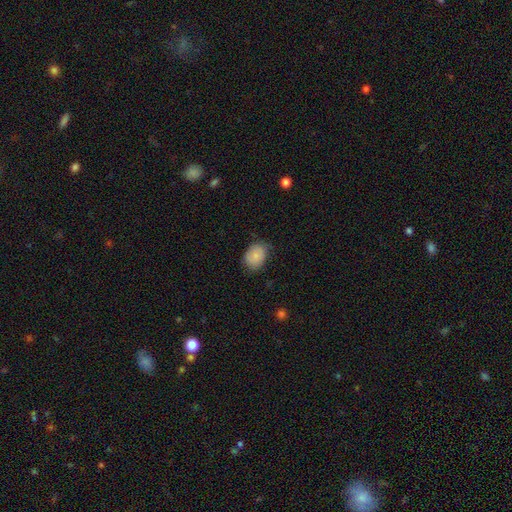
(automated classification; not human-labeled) Q: Smooth or featured?
A: smooth (82%); runner-up: featured or disk (10%)
Q: How rounded?
A: in between (65%); runner-up: round (34%)
Q: Merging?
A: none (68%); runner-up: minor disturbance (26%)